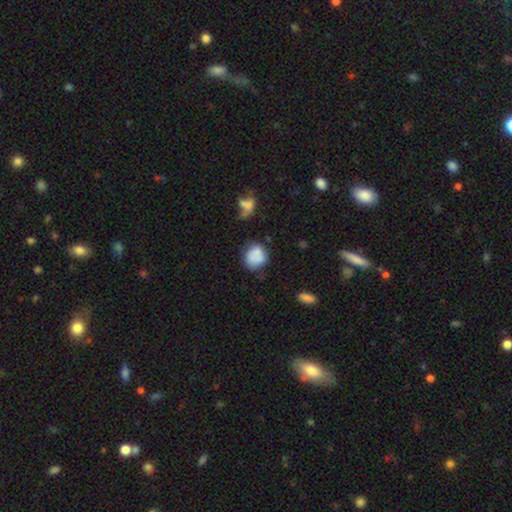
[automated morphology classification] A smooth galaxy with no disk features (74%) that is round (70%). Merging: none (50%).